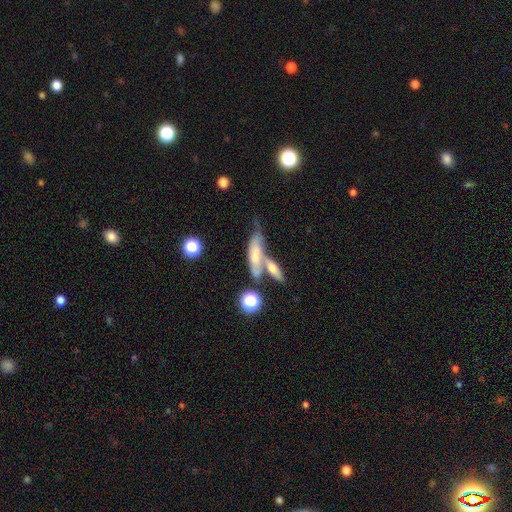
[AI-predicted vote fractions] This is possibly a smooth galaxy (50%). How rounded: possibly cigar-shaped (55%). Merging: marginally merger (44%).